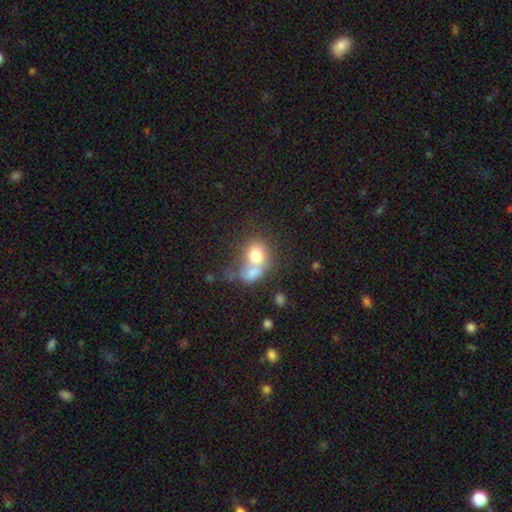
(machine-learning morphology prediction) type=smooth (73%); roundness=round (51%); merging=merger (63%).